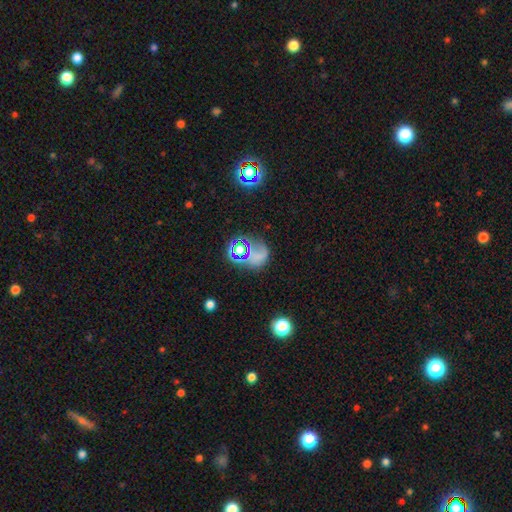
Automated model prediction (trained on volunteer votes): Overall: smooth (47%; star or artifact 37%). Merging: none (47%; major disturbance 23%).